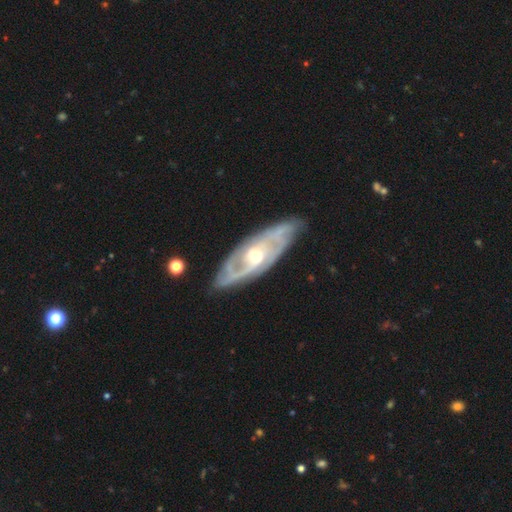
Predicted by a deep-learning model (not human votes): Morphology: type=featured or disk (85%); edge-on=no (87%); bar=no (61%); spiral arms=yes (91%); winding=tight (45%); arm count=2 (52%); bulge=moderate (65%); merging=none (78%).